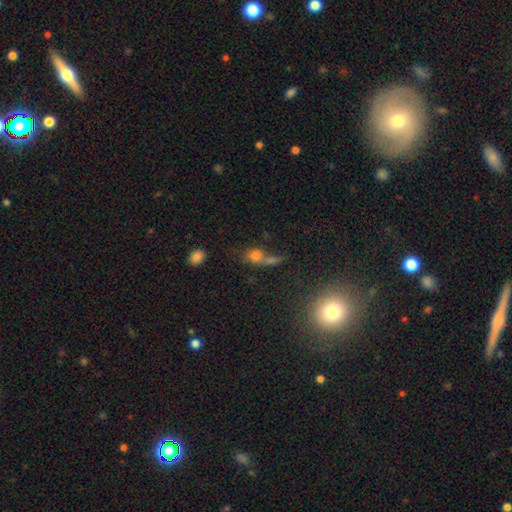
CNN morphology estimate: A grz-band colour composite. It shows a smooth galaxy with no disk features (63%) that is in between round and cigar-shaped (52%). Merging: merger (47%).